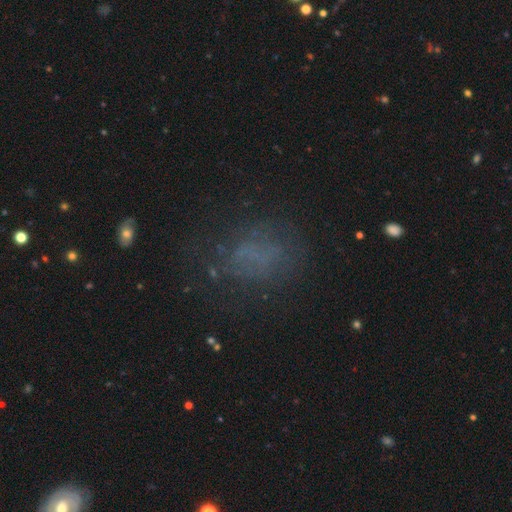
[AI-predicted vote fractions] A smooth galaxy with no disk features (56%) that is in between round and cigar-shaped (69%).

Vote fractions:
- Smooth or featured? smooth: 56% / star or artifact: 25% / featured or disk: 18%
- How rounded? in between: 69% / round: 28% / cigar-shaped: 3%
- Merging? none: 66% / minor disturbance: 17% / major disturbance: 14% / merger: 2%